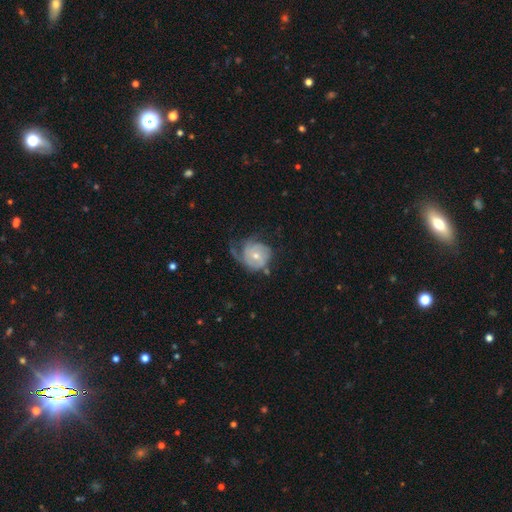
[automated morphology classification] Smooth or featured? featured or disk (67%)
Edge-on disk? no (98%)
Bar? no (75%)
Spiral arms? yes (82%)
Spiral winding? tight (53%)
Spiral arm count? can't tell (31%)
Bulge size? moderate (54%)
Merging? none (39%)